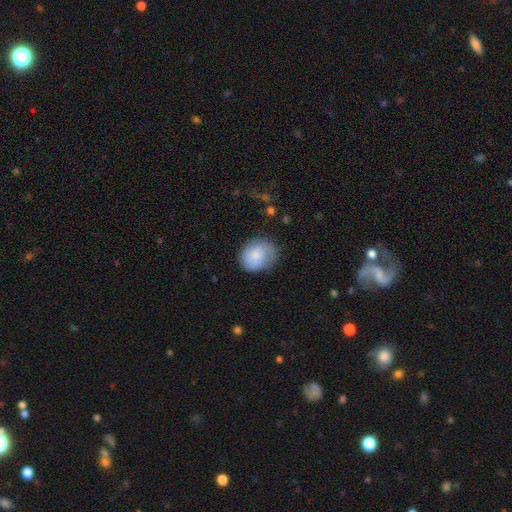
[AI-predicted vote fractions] A smooth galaxy with no disk features (75%) that is round (62%).

Vote fractions:
- Smooth or featured? smooth: 75% / featured or disk: 18% / star or artifact: 7%
- How rounded? round: 62% / in between: 37% / cigar-shaped: 1%
- Merging? none: 69% / minor disturbance: 23% / major disturbance: 7% / merger: 1%